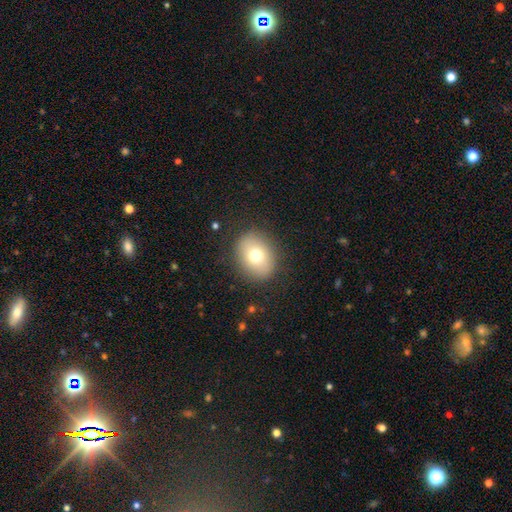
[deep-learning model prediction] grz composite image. It shows a smooth galaxy with no disk features (74%) that is round (53%). Merging: none (87%).